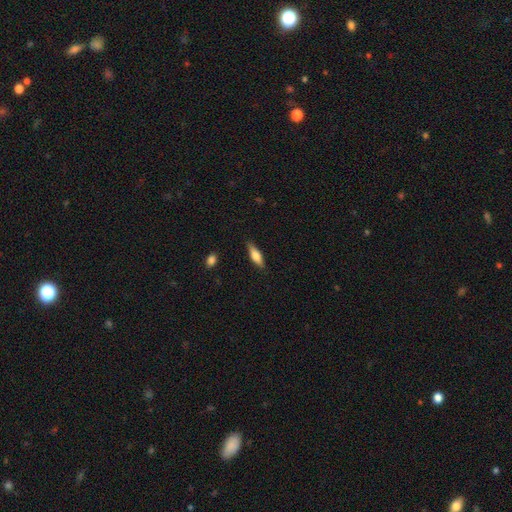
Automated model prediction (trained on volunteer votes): This is likely a smooth galaxy (66%). How rounded: possibly cigar-shaped (50%). Merging: clearly none (83%).